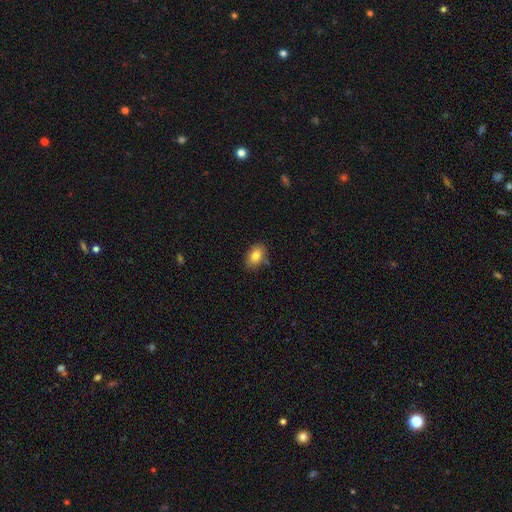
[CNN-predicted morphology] smooth 82%, featured or disk 9%, star or artifact 8%. Down the decision tree: how rounded — in between (82%); merging — none (81%).